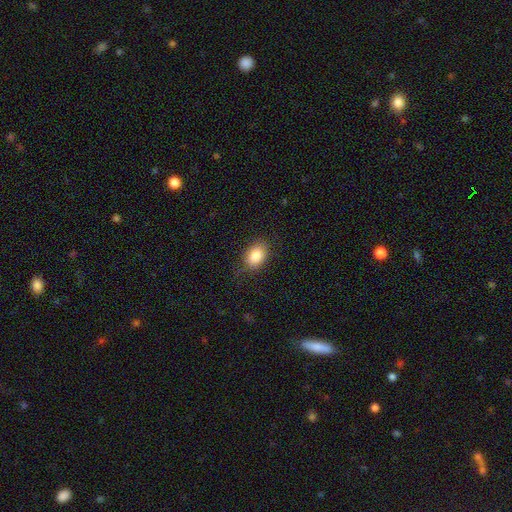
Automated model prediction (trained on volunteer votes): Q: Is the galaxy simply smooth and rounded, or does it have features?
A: smooth — 86%.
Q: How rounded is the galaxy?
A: in between — 74%.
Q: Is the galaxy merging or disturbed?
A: none — 76%.